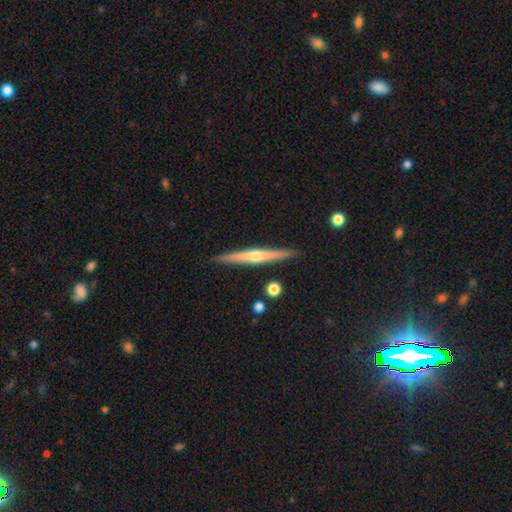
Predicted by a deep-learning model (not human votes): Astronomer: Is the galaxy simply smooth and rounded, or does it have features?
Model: featured or disk — 76%.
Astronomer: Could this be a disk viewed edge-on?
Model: yes — 98%.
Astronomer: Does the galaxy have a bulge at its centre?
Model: rounded — 86%.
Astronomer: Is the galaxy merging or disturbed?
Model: none — 91%.